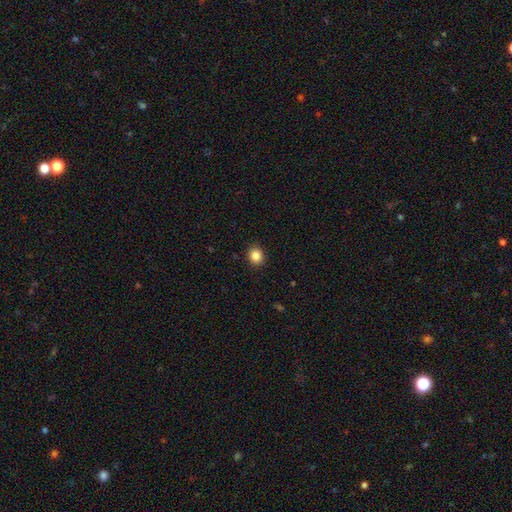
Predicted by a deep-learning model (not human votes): Smooth or featured?
  - smooth: 85% *
  - star or artifact: 10%
  - featured or disk: 4%
How rounded?
  - round: 74% *
  - in between: 25%
  - cigar-shaped: 1%
Merging?
  - none: 90% *
  - minor disturbance: 7%
  - major disturbance: 2%
  - merger: 1%